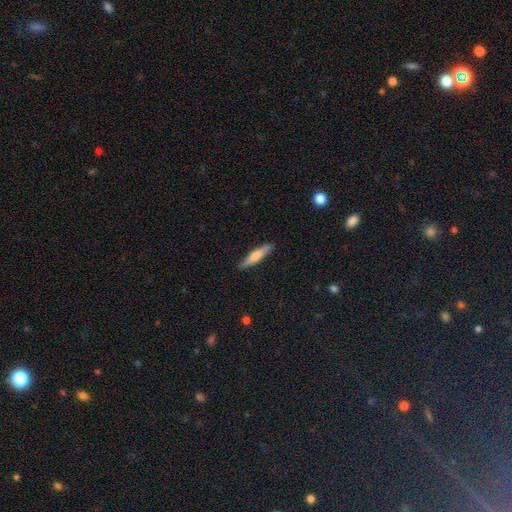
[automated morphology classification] type=smooth (59%); roundness=cigar-shaped (87%); merging=none (89%).